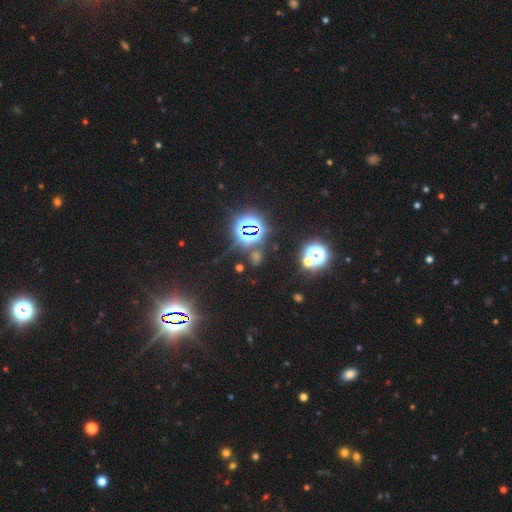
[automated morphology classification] A star or artifact, not a galaxy (78%).